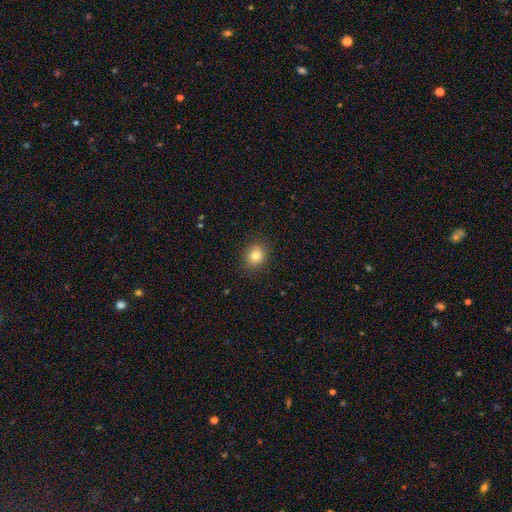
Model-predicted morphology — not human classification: This appears to be a smooth galaxy with no disk features (81%) that is round (81%). Merging: none (90%).